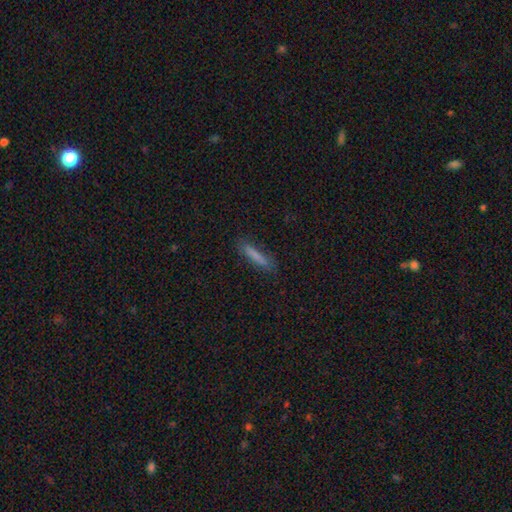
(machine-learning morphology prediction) Smooth or featured? Predicted: smooth (p=0.80). How rounded? Predicted: cigar-shaped (p=0.90). Merging? Predicted: none (p=0.85).